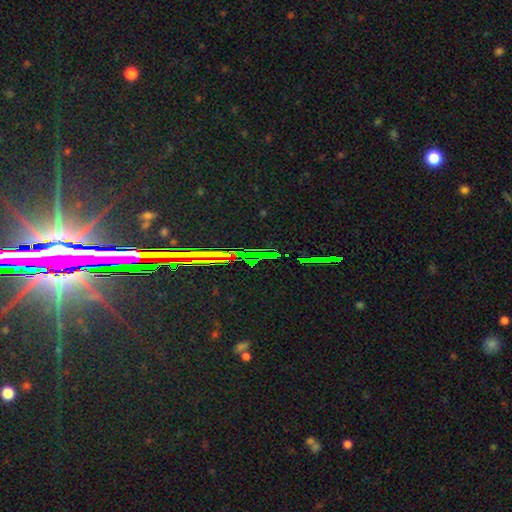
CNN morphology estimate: Overall: star or artifact (81%).